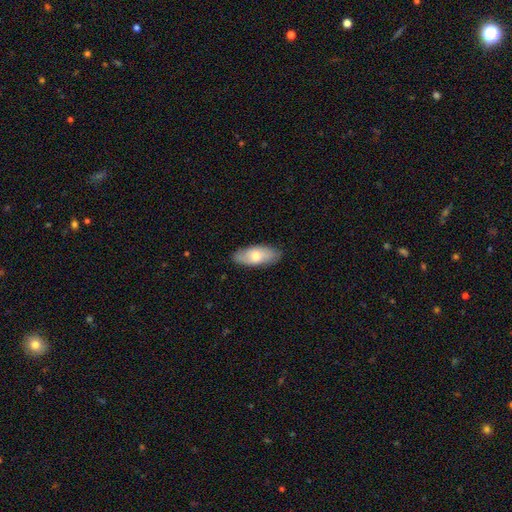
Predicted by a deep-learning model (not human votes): A smooth galaxy with no disk features (67%) that is in between round and cigar-shaped (85%). Merging: none (84%).